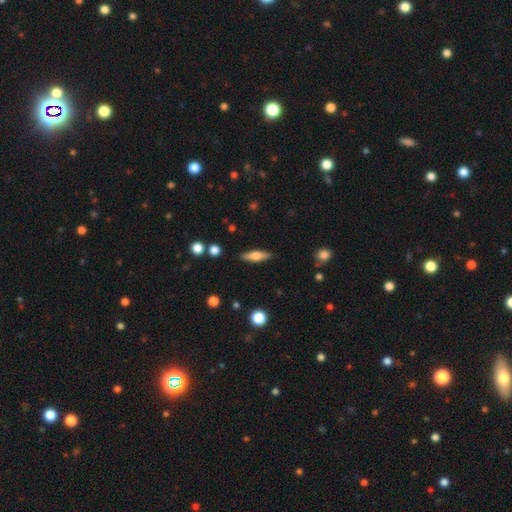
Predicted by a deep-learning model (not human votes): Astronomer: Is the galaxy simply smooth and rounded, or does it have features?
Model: smooth — 50% (runner-up: featured or disk, 44%).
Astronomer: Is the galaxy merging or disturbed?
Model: none — 87%.